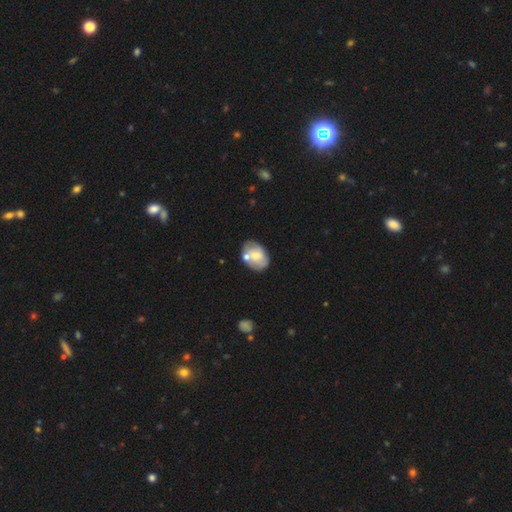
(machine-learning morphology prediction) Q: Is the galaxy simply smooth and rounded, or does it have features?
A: smooth — 57%.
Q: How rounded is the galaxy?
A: in between — 79%.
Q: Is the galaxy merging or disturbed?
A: none — 56%.